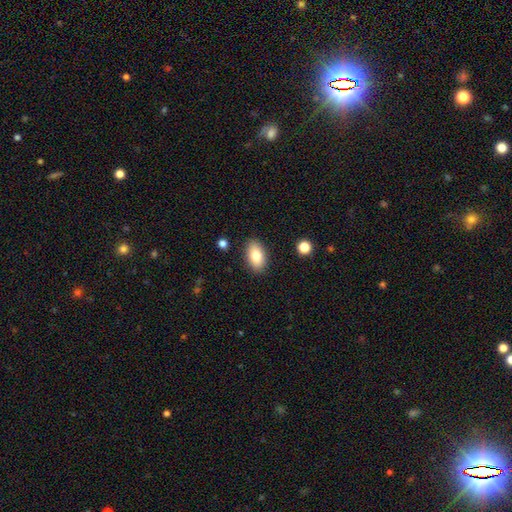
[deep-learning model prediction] Smooth or featured? smooth (79%)
How rounded? in between (91%)
Merging? none (87%)